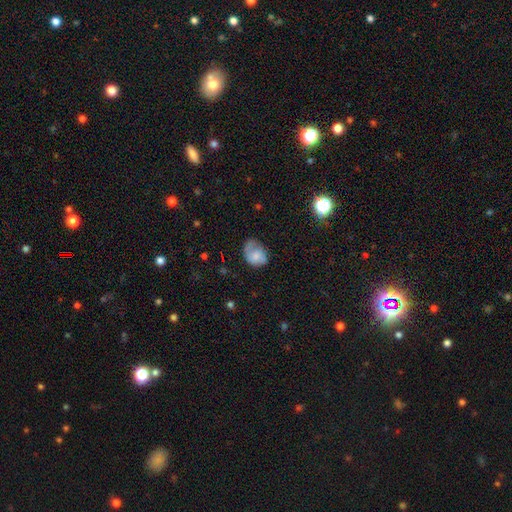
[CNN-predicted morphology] smooth_or_featured: smooth (p=0.61) [alt: featured or disk p=0.31]
how_rounded: in between (p=0.60) [alt: round p=0.39]
merging: none (p=0.44) [alt: minor disturbance p=0.33]